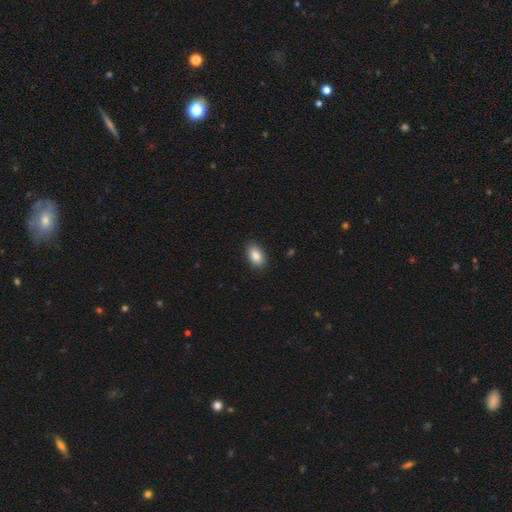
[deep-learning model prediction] Overall: smooth (86%). How rounded: in between (91%). Merging: none (89%).